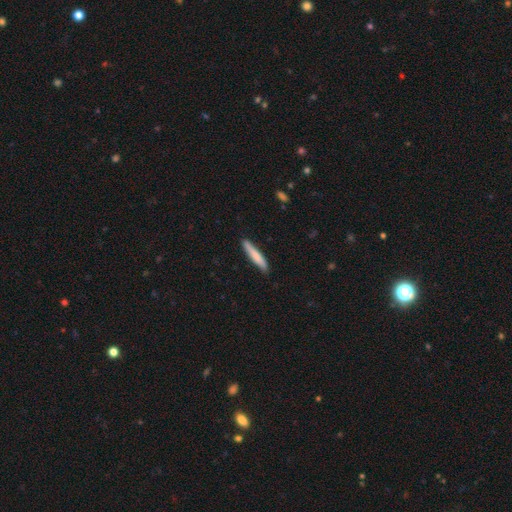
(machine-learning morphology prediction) smooth-or-featured: smooth: 76% | featured or disk: 19% | star or artifact: 5%
  how-rounded: cigar-shaped: 92% | in between: 6% | round: 1%
  merging: none: 85% | minor disturbance: 12% | major disturbance: 2% | merger: 1%